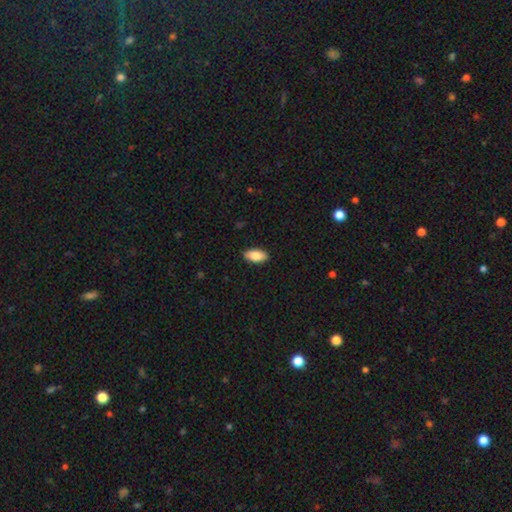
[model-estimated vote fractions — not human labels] A smooth galaxy with no disk features (86%) that is in between round and cigar-shaped (92%). Merging: none (89%).